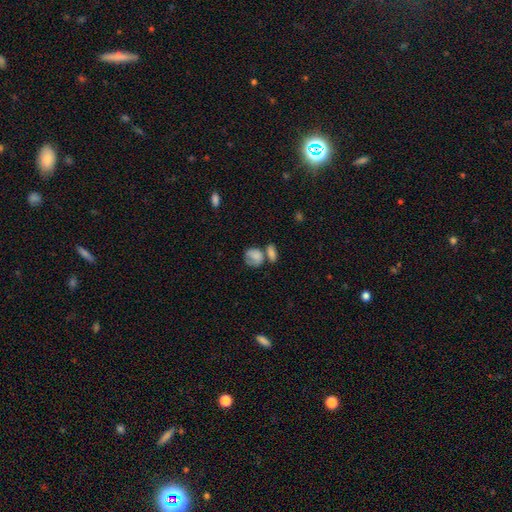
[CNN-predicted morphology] type=smooth (78%); roundness=in between (56%); merging=merger (40%).